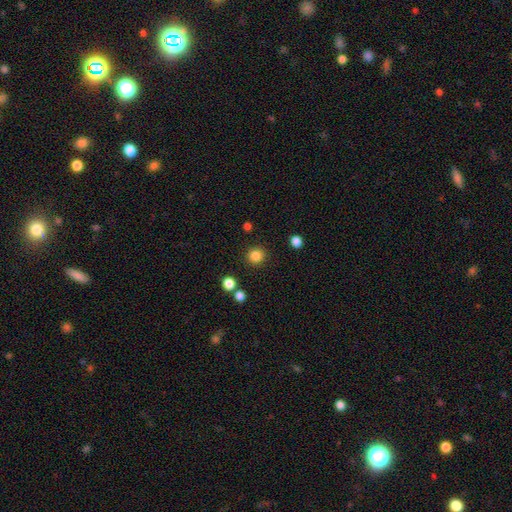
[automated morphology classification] Smooth or featured: smooth — 84% (star or artifact — 12%)
How rounded: round — 93% (in between — 6%)
Merging: none — 90% (minor disturbance — 6%)